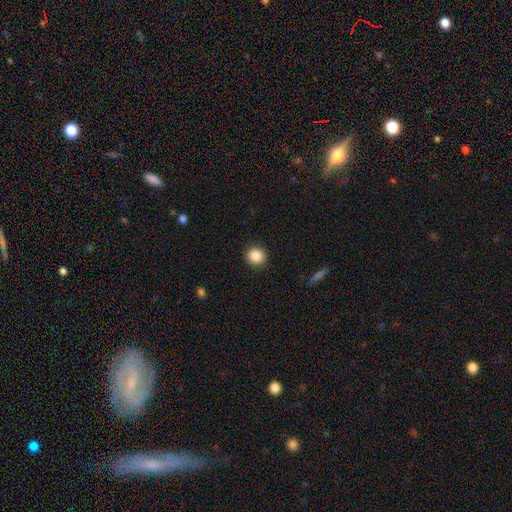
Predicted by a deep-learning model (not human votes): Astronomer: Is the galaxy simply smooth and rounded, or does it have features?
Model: smooth — 87%.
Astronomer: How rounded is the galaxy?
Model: round — 90%.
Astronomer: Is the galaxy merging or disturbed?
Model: none — 91%.